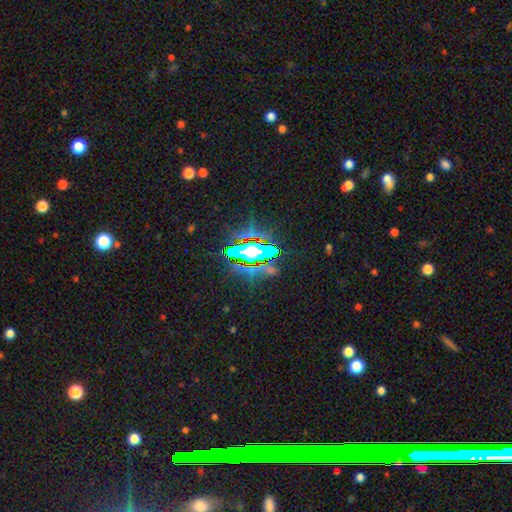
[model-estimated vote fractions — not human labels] The model was most divided on "smooth or featured": star or artifact: 57%, smooth: 24%, featured or disk: 19%.